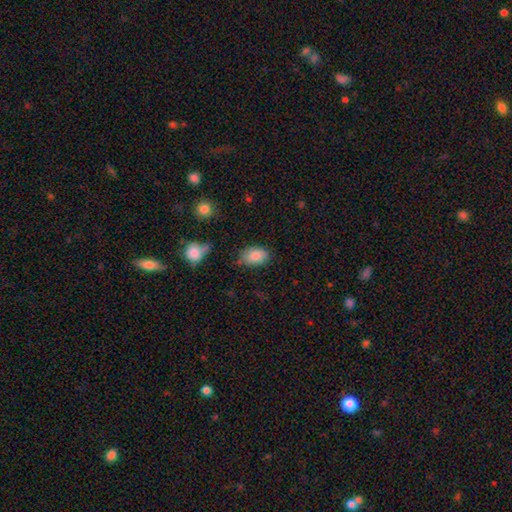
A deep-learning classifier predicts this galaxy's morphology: This is clearly a smooth galaxy (85%). How rounded: clearly in between (85%). Merging: likely none (72%).